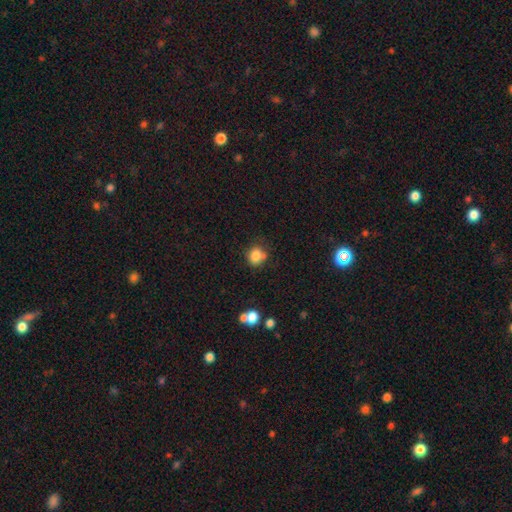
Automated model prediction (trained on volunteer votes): The model was most divided on "merging": none: 63%, minor disturbance: 17%, merger: 15%, major disturbance: 5%. More confident: smooth or featured — smooth (81%); how rounded — round (73%).